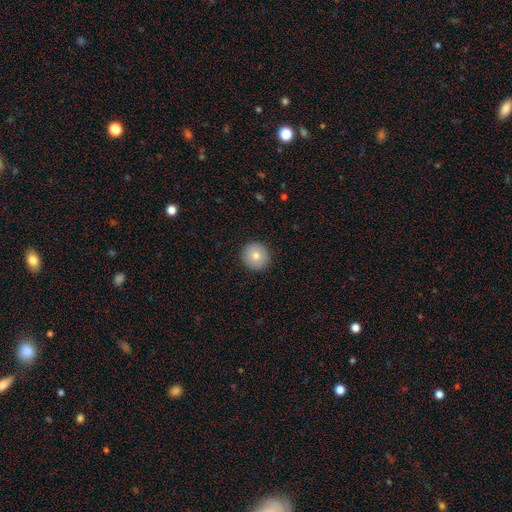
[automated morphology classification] type=smooth (78%); roundness=round (95%); merging=none (92%).